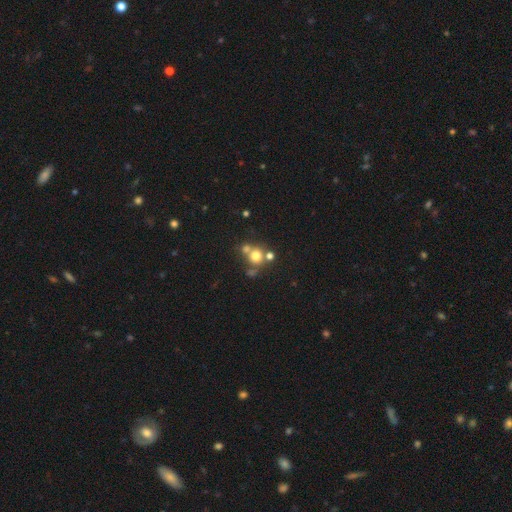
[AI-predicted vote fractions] Smooth or featured? Predicted: smooth (p=0.68). How rounded? Predicted: round (p=0.87). Merging? Predicted: none (p=0.50).